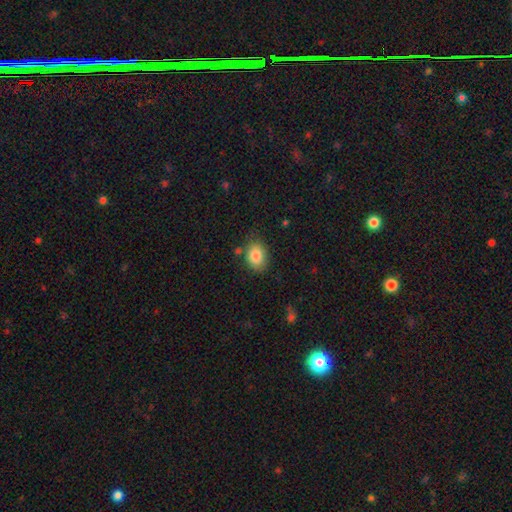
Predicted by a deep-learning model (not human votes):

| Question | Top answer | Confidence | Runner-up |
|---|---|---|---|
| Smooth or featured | smooth | 85% | star or artifact (8%) |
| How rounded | in between | 69% | round (30%) |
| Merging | none | 75% | minor disturbance (17%) |